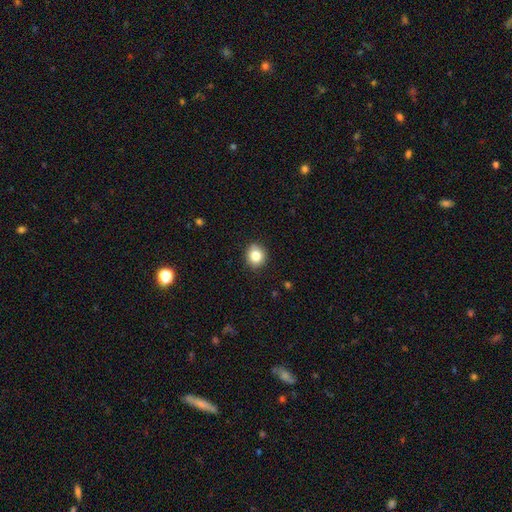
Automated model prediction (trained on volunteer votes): smooth-or-featured: smooth: 83% | star or artifact: 10% | featured or disk: 7%
  how-rounded: round: 77% | in between: 22% | cigar-shaped: 1%
  merging: none: 88% | minor disturbance: 9% | major disturbance: 2% | merger: 1%